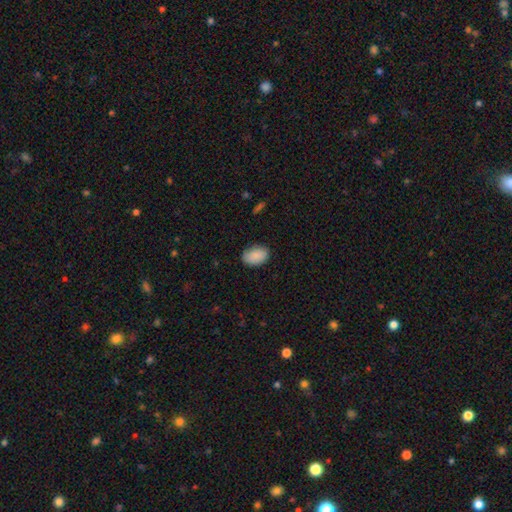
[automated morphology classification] smooth_or_featured: smooth (p=0.89) [alt: star or artifact p=0.07]
how_rounded: in between (p=0.87) [alt: round p=0.12]
merging: none (p=0.83) [alt: minor disturbance p=0.14]